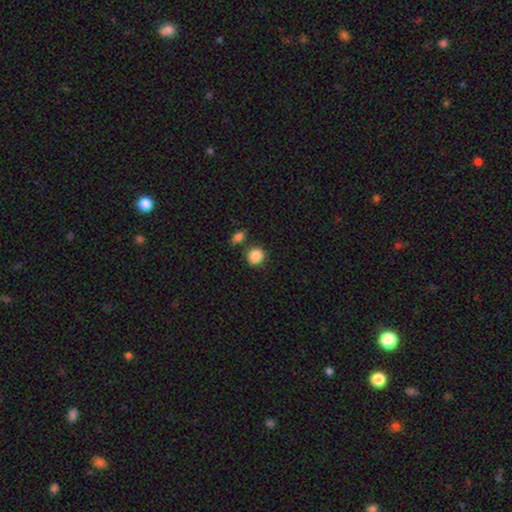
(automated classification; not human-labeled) A smooth galaxy with no disk features (88%) that is round (80%). Merging: none (74%).